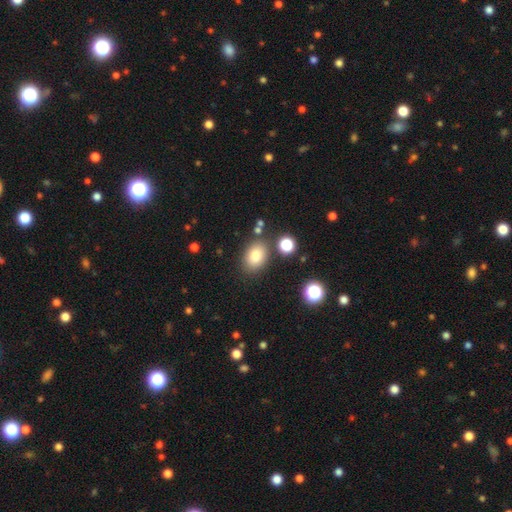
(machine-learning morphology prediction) Smooth or featured?
  - smooth: 81% *
  - star or artifact: 10%
  - featured or disk: 8%
How rounded?
  - in between: 77% *
  - round: 22%
  - cigar-shaped: 1%
Merging?
  - none: 79% *
  - minor disturbance: 11%
  - merger: 6%
  - major disturbance: 4%